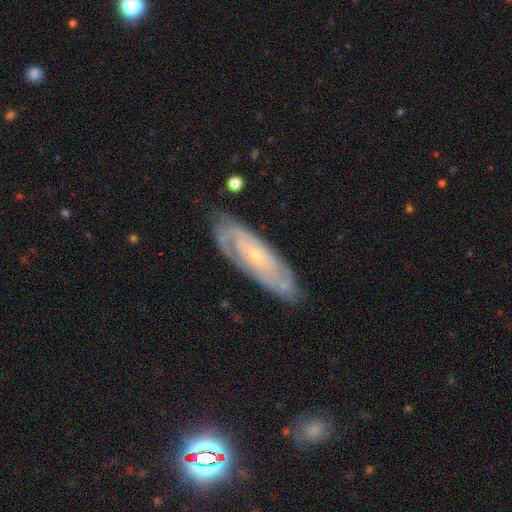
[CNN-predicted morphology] smooth_or_featured: featured or disk (p=0.78) [alt: smooth p=0.16]
disk_edge_on: no (p=0.83) [alt: yes p=0.17]
bar: no (p=0.73) [alt: weak p=0.22]
has_spiral_arms: yes (p=0.88) [alt: no p=0.12]
spiral_winding: tight (p=0.69) [alt: medium p=0.24]
spiral_arm_count: can't tell (p=0.49) [alt: 2 p=0.30]
bulge_size: small (p=0.80) [alt: moderate p=0.15]
merging: none (p=0.77) [alt: minor disturbance p=0.17]